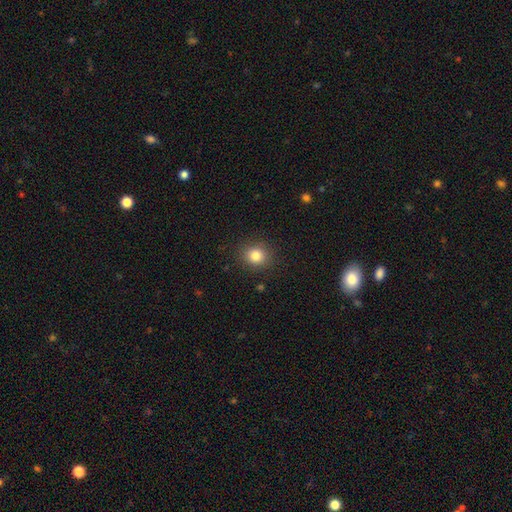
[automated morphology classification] Smooth or featured? Predicted: smooth (p=0.83). How rounded? Predicted: round (p=0.80). Merging? Predicted: none (p=0.89).